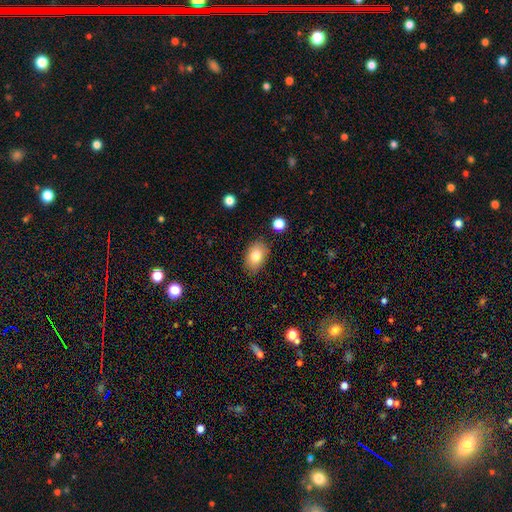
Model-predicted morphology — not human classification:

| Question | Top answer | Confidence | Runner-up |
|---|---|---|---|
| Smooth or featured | smooth | 80% | featured or disk (11%) |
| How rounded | in between | 85% | round (14%) |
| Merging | none | 82% | minor disturbance (14%) |